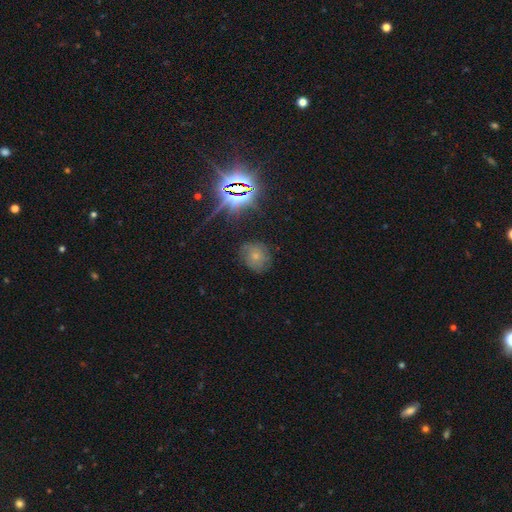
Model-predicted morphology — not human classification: Smooth or featured? smooth (52%)
How rounded? round (71%)
Merging? none (77%)